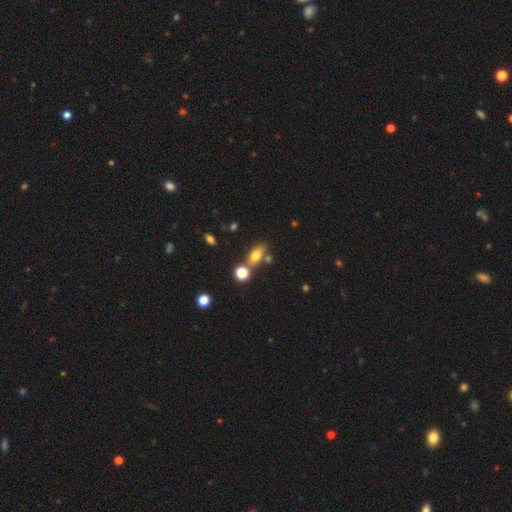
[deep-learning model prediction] Overall: smooth (73%). How rounded: in between (75%). Merging: none (63%).